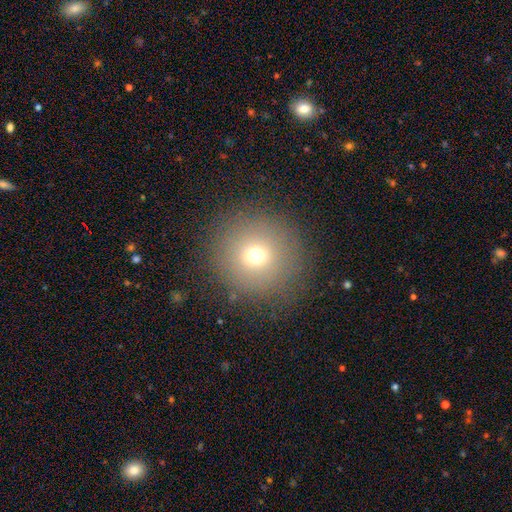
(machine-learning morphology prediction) A smooth galaxy with no disk features (69%) that is round (95%).

Vote fractions:
- Smooth or featured? smooth: 69% / star or artifact: 18% / featured or disk: 13%
- How rounded? round: 95% / in between: 4% / cigar-shaped: 1%
- Merging? none: 87% / minor disturbance: 8% / major disturbance: 4% / merger: 1%